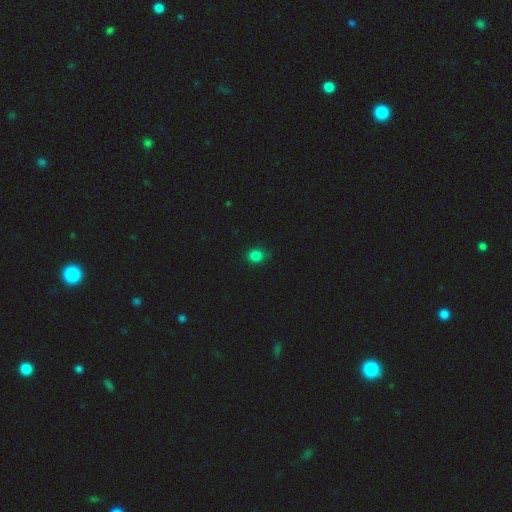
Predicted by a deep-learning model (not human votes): This is clearly a smooth galaxy (82%). How rounded: likely round (74%). Merging: likely none (78%).